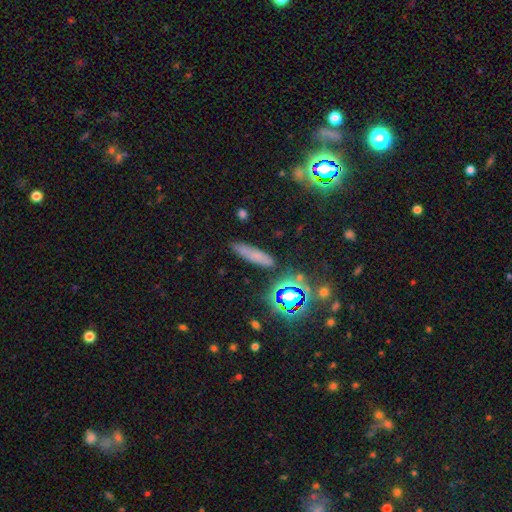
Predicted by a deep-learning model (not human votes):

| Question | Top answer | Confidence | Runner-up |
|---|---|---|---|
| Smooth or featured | smooth | 65% | star or artifact (21%) |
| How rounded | cigar-shaped | 77% | in between (18%) |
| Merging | none | 83% | minor disturbance (11%) |